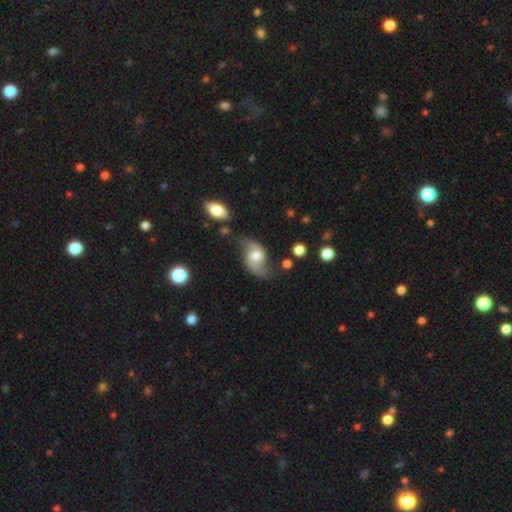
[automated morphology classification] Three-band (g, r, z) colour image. It shows a featured or disk galaxy (61%) with no bar (61%), spiral arms (86%) and a moderate central bulge (64%). Merging: none (52%).